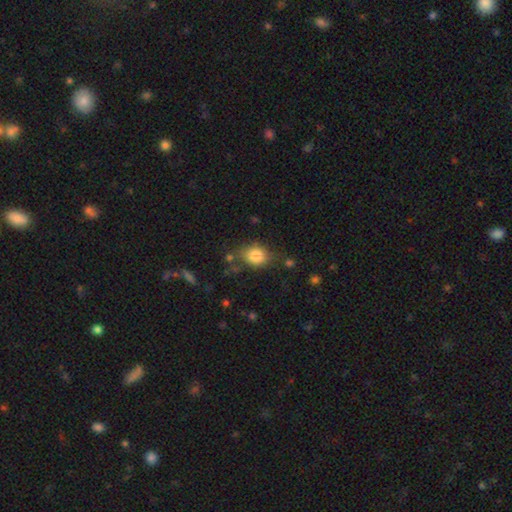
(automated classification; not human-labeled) Overall: smooth (84%). How rounded: round (52%; in between 47%). Merging: none (65%).